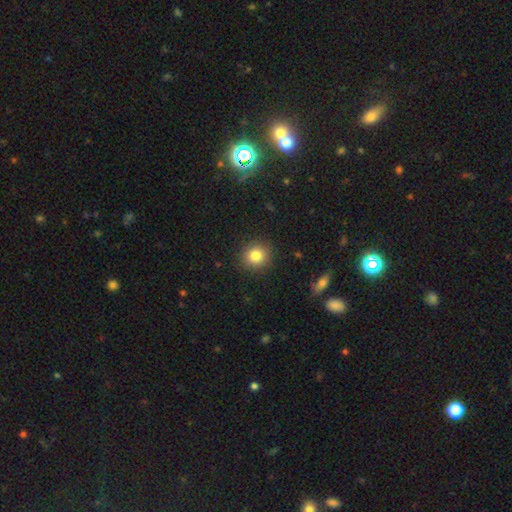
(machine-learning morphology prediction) A smooth galaxy with no disk features (83%) that is round (88%).

Vote fractions:
- Smooth or featured? smooth: 83% / star or artifact: 11% / featured or disk: 6%
- How rounded? round: 88% / in between: 11% / cigar-shaped: 1%
- Merging? none: 90% / minor disturbance: 7% / major disturbance: 2% / merger: 1%